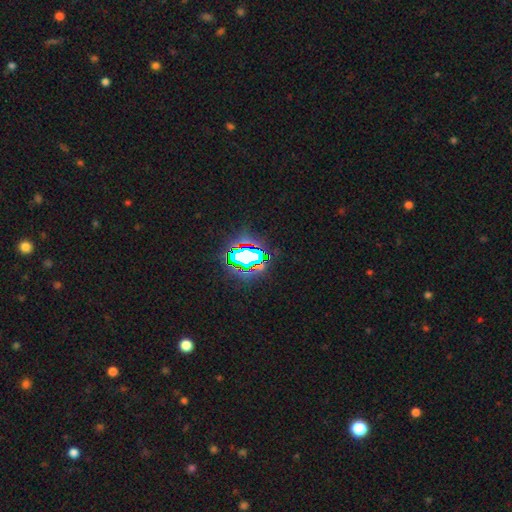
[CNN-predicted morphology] A star or artifact, not a galaxy (84%).

Vote fractions:
- Smooth or featured? star or artifact: 84% / smooth: 10% / featured or disk: 6%